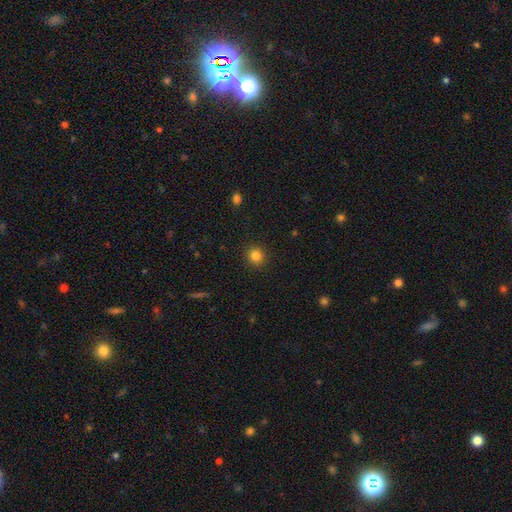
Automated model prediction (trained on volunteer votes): Smooth or featured? smooth (83%)
How rounded? round (92%)
Merging? none (91%)